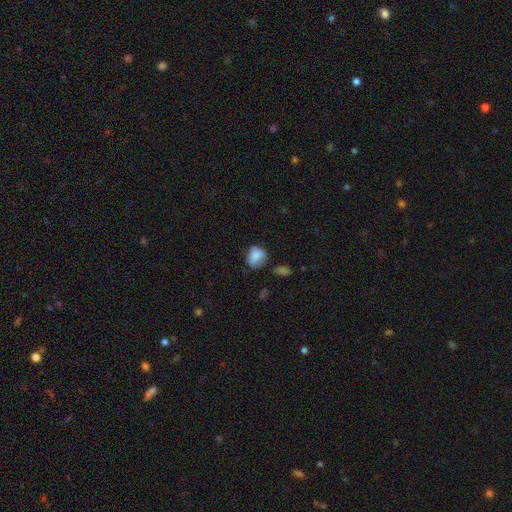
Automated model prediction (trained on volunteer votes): smooth-or-featured: smooth: 81% | featured or disk: 10% | star or artifact: 9%
  how-rounded: round: 53% | in between: 45% | cigar-shaped: 1%
  merging: none: 54% | minor disturbance: 31% | major disturbance: 11% | merger: 4%